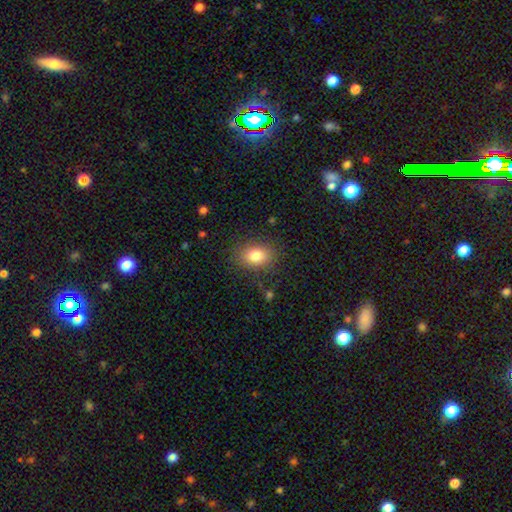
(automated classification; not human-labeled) The model was most divided on "how rounded": in between: 73%, round: 26%, cigar-shaped: 1%. More confident: merging — none (85%); smooth or featured — smooth (82%).